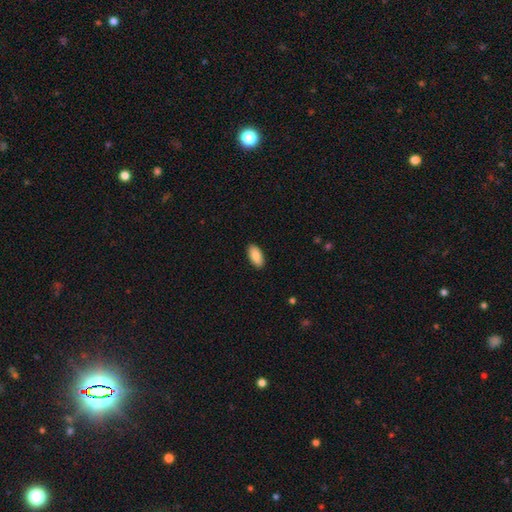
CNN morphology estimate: Q: Smooth or featured?
A: smooth (87%); runner-up: featured or disk (7%)
Q: How rounded?
A: in between (91%); runner-up: cigar-shaped (7%)
Q: Merging?
A: none (90%); runner-up: minor disturbance (8%)